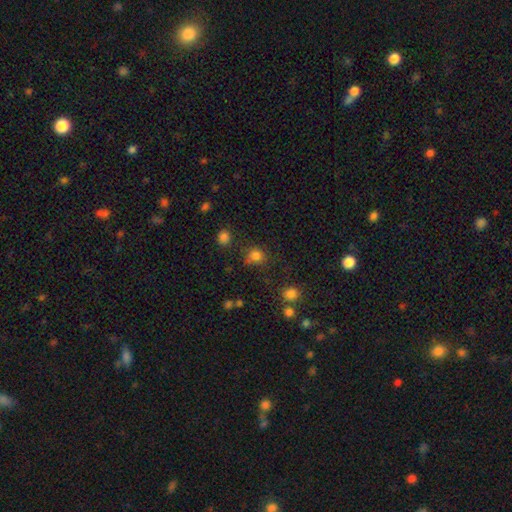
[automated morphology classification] This appears to be a smooth galaxy with no disk features (79%) that is round (83%). Merging: none (72%).